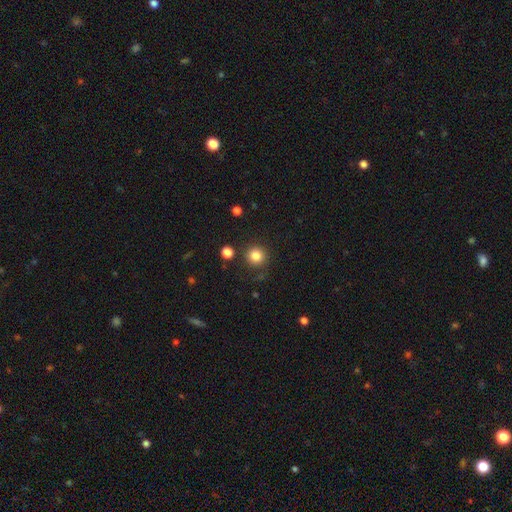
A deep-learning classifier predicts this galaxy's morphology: type=smooth (83%); roundness=round (94%); merging=none (85%).